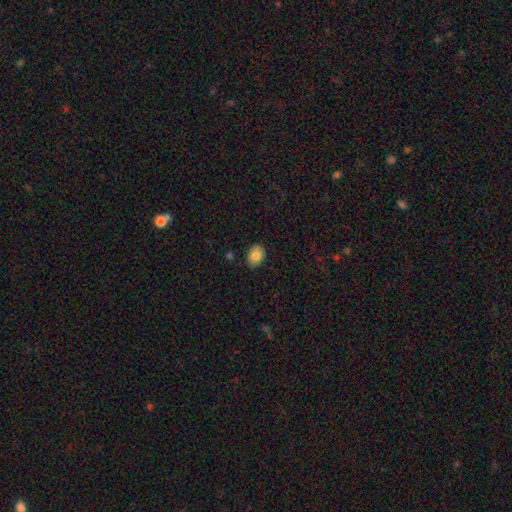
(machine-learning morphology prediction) Overall: smooth (83%). How rounded: in between (77%). Merging: none (87%).